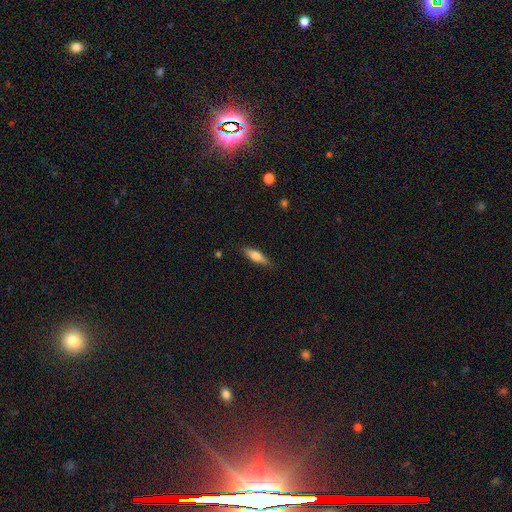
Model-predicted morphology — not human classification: Smooth or featured?
  - smooth: 62% *
  - featured or disk: 31%
  - star or artifact: 7%
How rounded?
  - cigar-shaped: 55% *
  - in between: 43%
  - round: 2%
Merging?
  - none: 82% *
  - minor disturbance: 14%
  - major disturbance: 3%
  - merger: 1%